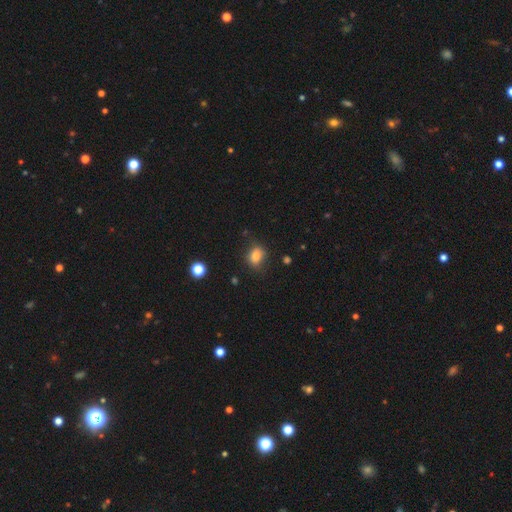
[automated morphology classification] A smooth galaxy with no disk features (82%) that is in between round and cigar-shaped (60%). Merging: none (71%).